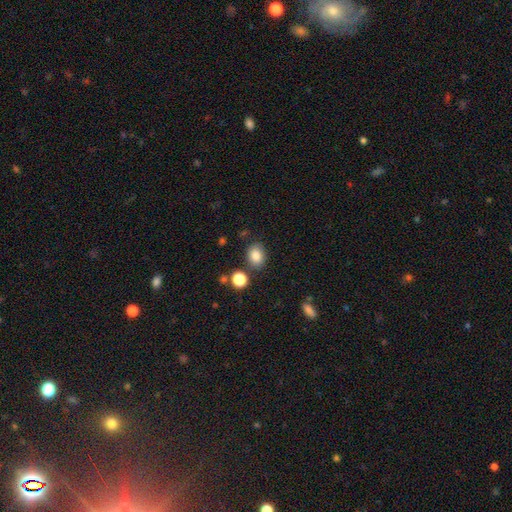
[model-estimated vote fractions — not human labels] A smooth galaxy with no disk features (84%) that is in between round and cigar-shaped (56%).

Vote fractions:
- Smooth or featured? smooth: 84% / star or artifact: 10% / featured or disk: 6%
- How rounded? in between: 56% / round: 43% / cigar-shaped: 1%
- Merging? none: 80% / minor disturbance: 12% / merger: 5% / major disturbance: 3%